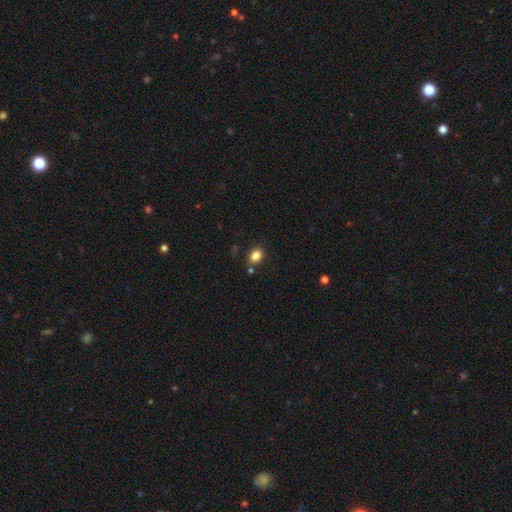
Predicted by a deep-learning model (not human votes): smooth 85%, star or artifact 10%, featured or disk 5%. Down the decision tree: how rounded — in between (63%); merging — none (78%).